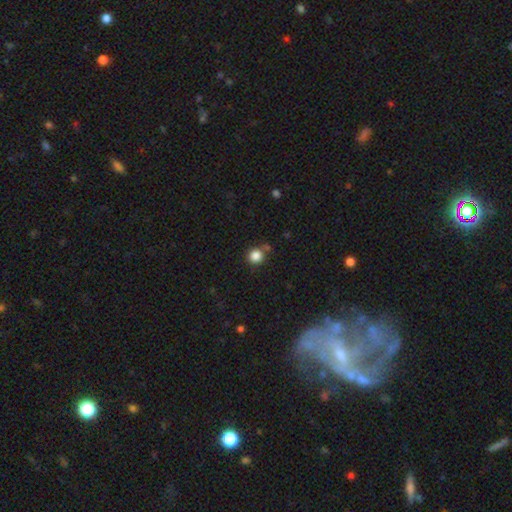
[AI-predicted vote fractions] Smooth or featured?
  - smooth: 84% *
  - star or artifact: 12%
  - featured or disk: 4%
How rounded?
  - round: 92% *
  - in between: 8%
  - cigar-shaped: 1%
Merging?
  - none: 78% *
  - minor disturbance: 10%
  - merger: 9%
  - major disturbance: 3%